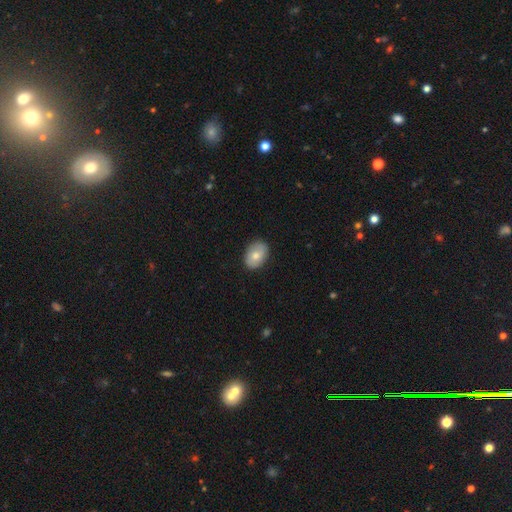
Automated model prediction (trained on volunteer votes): smooth 73%, featured or disk 20%, star or artifact 7%. Down the decision tree: how rounded — in between (75%); merging — none (85%).